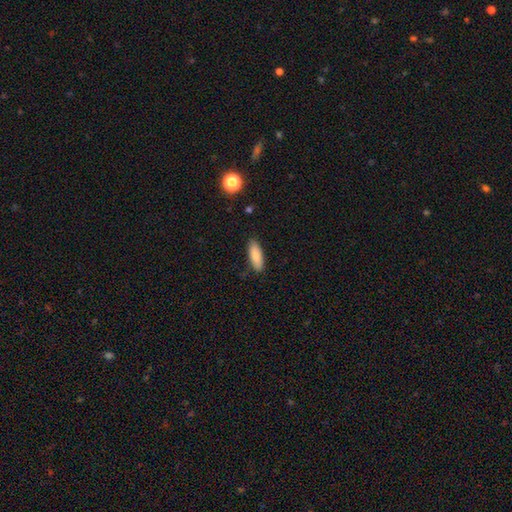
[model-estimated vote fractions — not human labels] This is clearly a smooth galaxy (85%). How rounded: likely in between (65%). Merging: clearly none (86%).